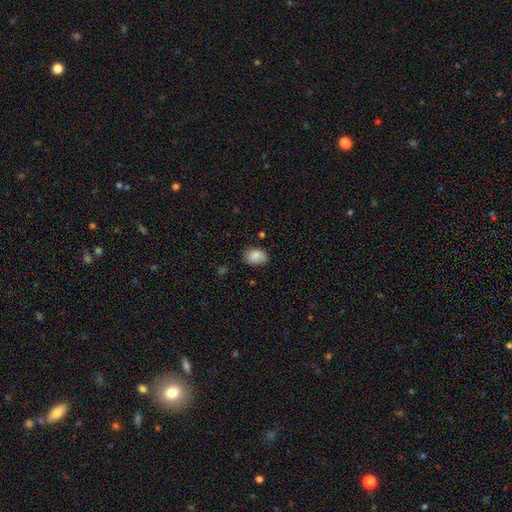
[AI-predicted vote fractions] This appears to be a smooth galaxy with no disk features (87%) that is in between round and cigar-shaped (73%). Merging: none (74%).